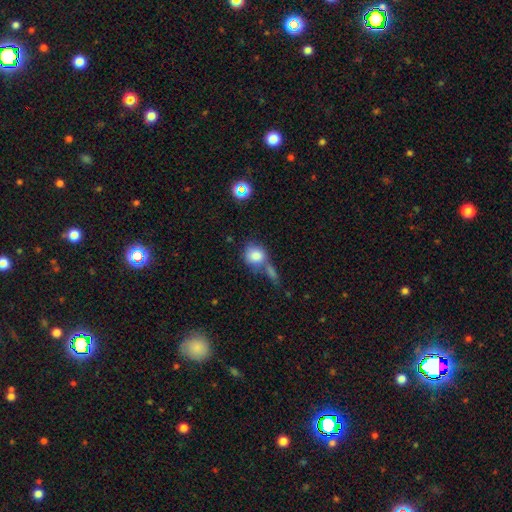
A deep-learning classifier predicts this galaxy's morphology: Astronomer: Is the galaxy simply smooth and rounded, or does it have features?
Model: smooth — 82%.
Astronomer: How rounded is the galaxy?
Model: round — 75%.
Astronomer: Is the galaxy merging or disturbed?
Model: none — 42% (runner-up: merger, 35%).